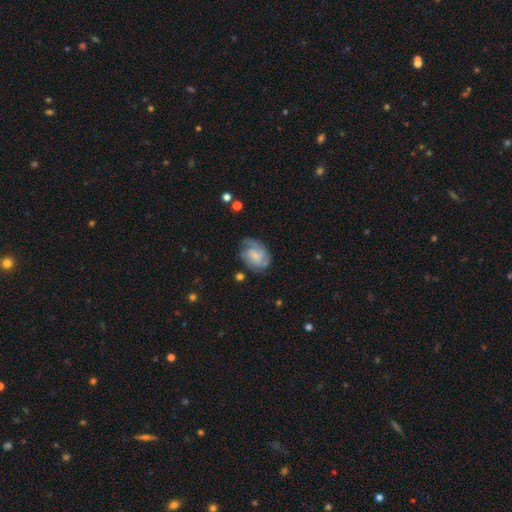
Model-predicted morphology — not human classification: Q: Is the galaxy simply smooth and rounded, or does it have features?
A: featured or disk — 55%.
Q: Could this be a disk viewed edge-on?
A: no — 97%.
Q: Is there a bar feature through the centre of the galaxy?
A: no — 59%.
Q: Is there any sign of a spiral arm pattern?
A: yes — 85%.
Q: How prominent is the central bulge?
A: small — 43%.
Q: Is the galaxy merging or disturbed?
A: none — 57%.